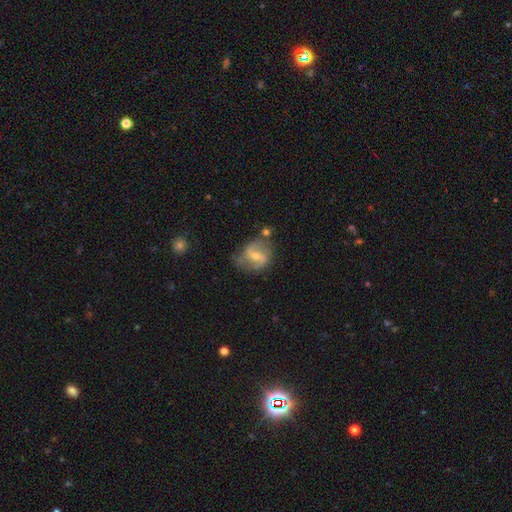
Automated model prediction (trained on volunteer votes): The model was most divided on "spiral winding": medium: 45%, loose: 41%, tight: 15%. Remaining: edge-on disk — no (97%); spiral arms — yes (90%); spiral arm count — 2 (87%); smooth or featured — featured or disk (77%); merging — none (64%); bulge size — moderate (53%); bar — weak (49%).